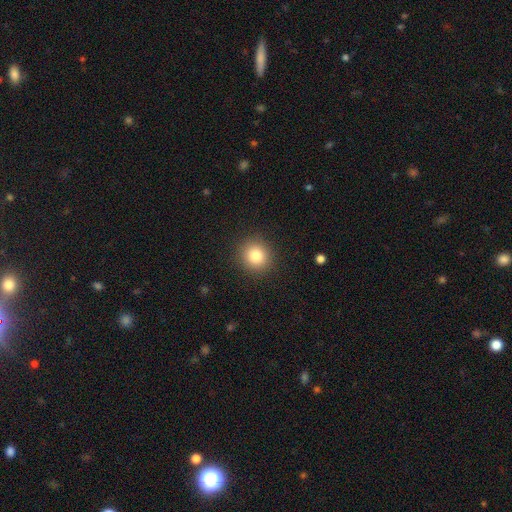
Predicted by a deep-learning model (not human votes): Q: Smooth or featured?
A: smooth (82%); runner-up: star or artifact (11%)
Q: How rounded?
A: round (89%); runner-up: in between (10%)
Q: Merging?
A: none (91%); runner-up: minor disturbance (6%)